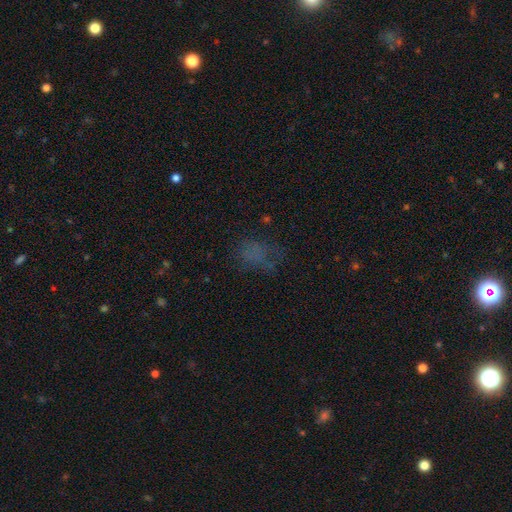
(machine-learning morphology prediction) type=smooth (52%); roundness=in between (61%); merging=none (54%).